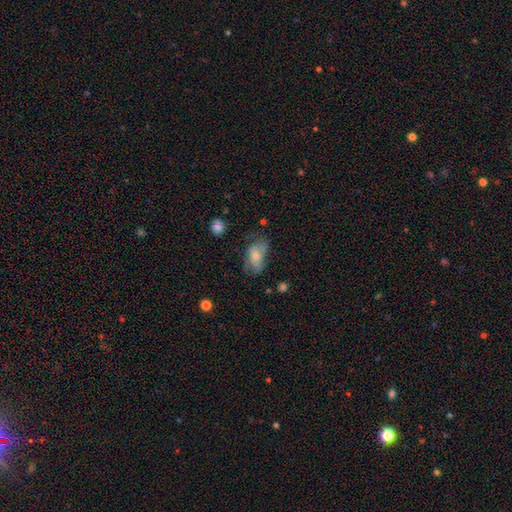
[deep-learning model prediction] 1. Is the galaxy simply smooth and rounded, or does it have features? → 63% smooth, 29% featured or disk, 9% star or artifact.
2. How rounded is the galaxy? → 88% in between, 9% round, 3% cigar-shaped.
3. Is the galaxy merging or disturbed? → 39% none, 32% minor disturbance, 25% major disturbance, 3% merger.